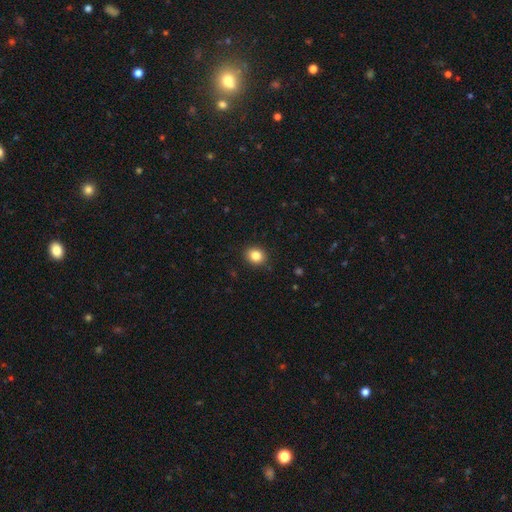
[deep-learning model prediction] smooth_or_featured: smooth (p=0.84) [alt: star or artifact p=0.10]
how_rounded: round (p=0.71) [alt: in between p=0.29]
merging: none (p=0.91) [alt: minor disturbance p=0.07]